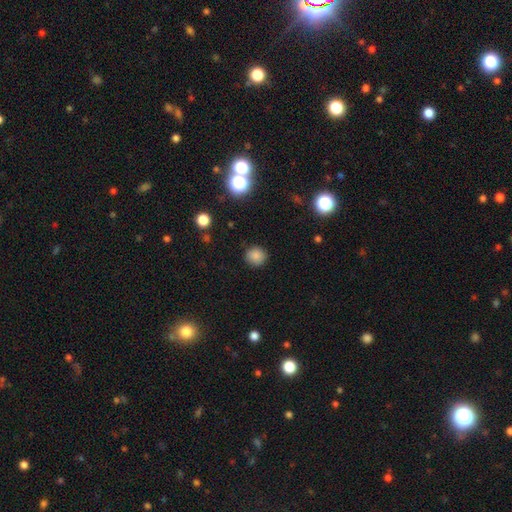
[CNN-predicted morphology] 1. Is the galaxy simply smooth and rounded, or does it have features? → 83% smooth, 13% star or artifact, 5% featured or disk.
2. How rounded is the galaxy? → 91% round, 8% in between, 1% cigar-shaped.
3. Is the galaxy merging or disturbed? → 89% none, 8% minor disturbance, 2% major disturbance, 1% merger.